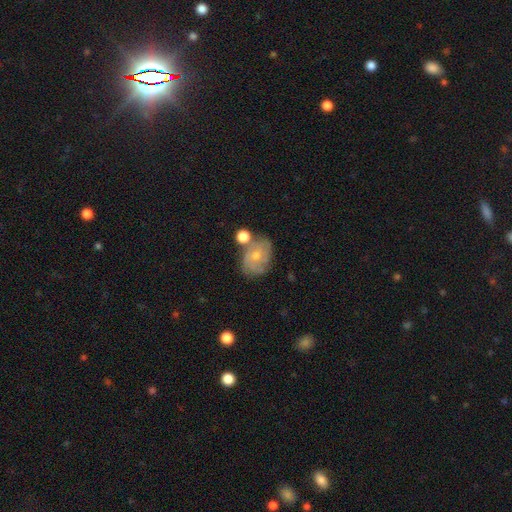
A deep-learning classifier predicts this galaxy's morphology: smooth-or-featured: featured or disk: 58% | smooth: 33% | star or artifact: 9%
  disk-edge-on: no: 97% | yes: 3%
    bar: no: 73% | weak: 23% | strong: 4%
    has-spiral-arms: yes: 80% | no: 20%
    bulge-size: small: 58% | moderate: 36% | none: 3% | large: 2% | dominant: 1%
  merging: none: 53% | minor disturbance: 21% | merger: 16% | major disturbance: 9%